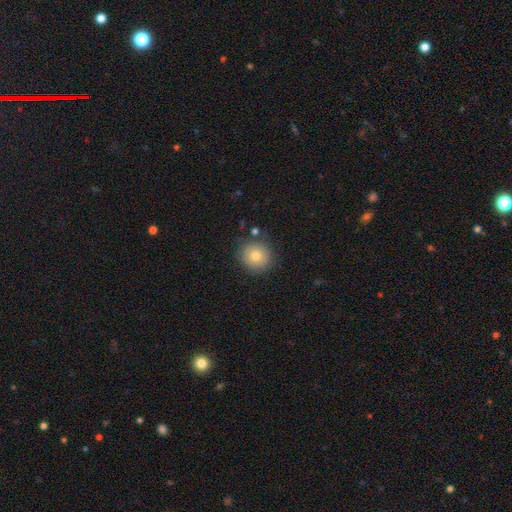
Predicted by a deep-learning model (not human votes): Smooth or featured: smooth — 77% (featured or disk — 12%)
How rounded: round — 91% (in between — 8%)
Merging: none — 84% (minor disturbance — 11%)